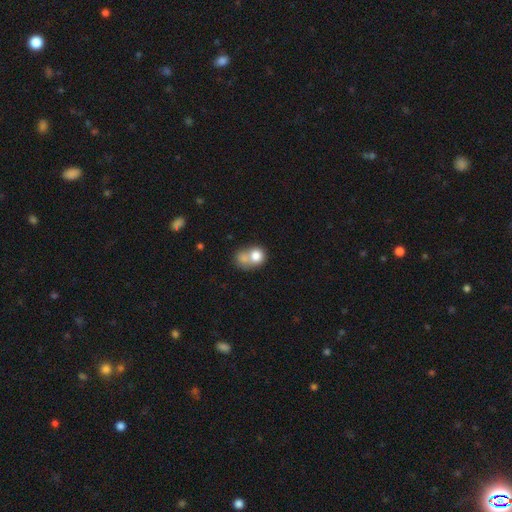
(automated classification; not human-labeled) Smooth or featured? smooth (76%)
How rounded? round (63%)
Merging? merger (60%)